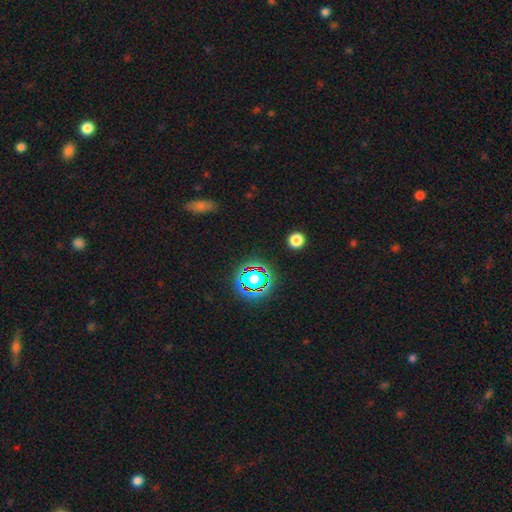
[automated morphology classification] star or artifact 74%, smooth 16%, featured or disk 10%.